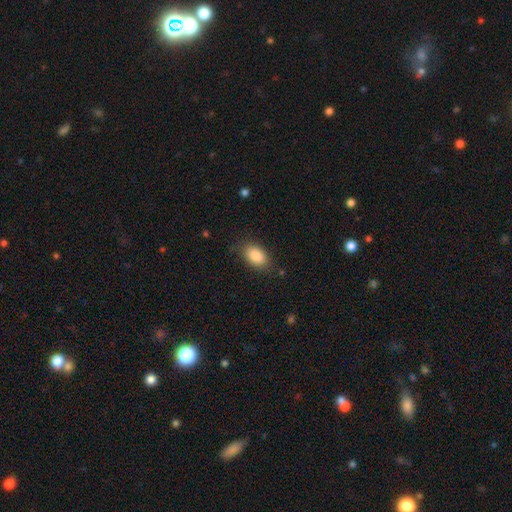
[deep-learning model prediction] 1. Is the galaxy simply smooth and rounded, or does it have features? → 87% smooth, 7% star or artifact, 6% featured or disk.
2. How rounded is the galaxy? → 91% in between, 7% round, 2% cigar-shaped.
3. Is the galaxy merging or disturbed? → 82% none, 14% minor disturbance, 4% major disturbance, 1% merger.